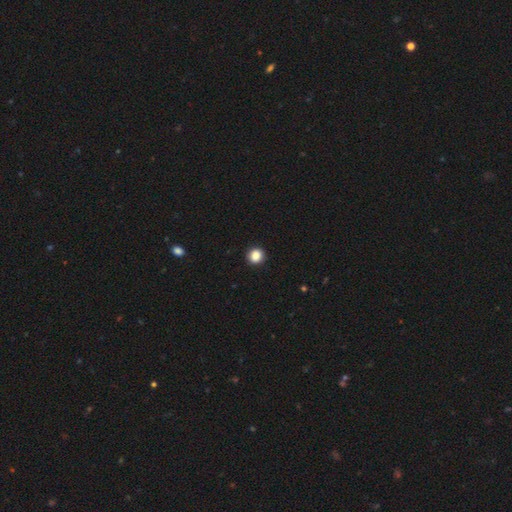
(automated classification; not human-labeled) This is clearly a smooth galaxy (87%). How rounded: clearly round (87%). Merging: clearly none (92%).